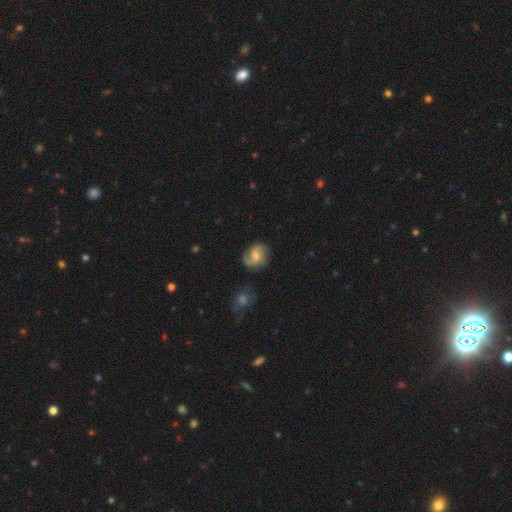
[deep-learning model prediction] A featured or disk galaxy (69%) with no bar (47%), 2 (77%) medium (45%) spiral arms (93%) and a moderate central bulge (49%). Merging: none (71%).